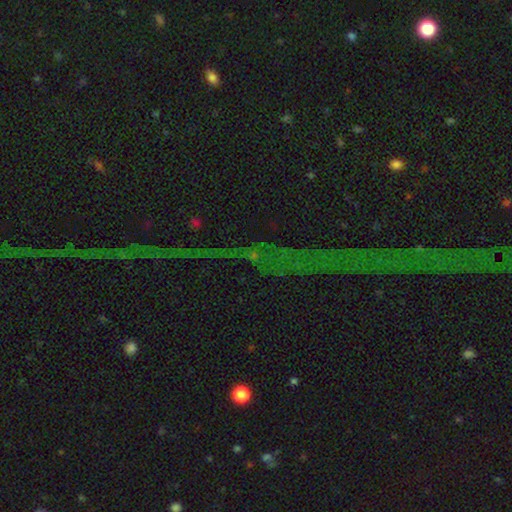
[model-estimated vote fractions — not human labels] This appears to be a star or artifact, not a galaxy (80%).